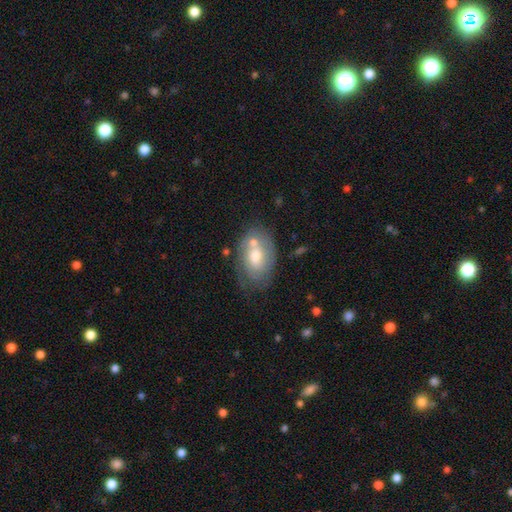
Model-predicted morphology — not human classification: This is possibly a smooth galaxy (49%). Merging: possibly none (49%).